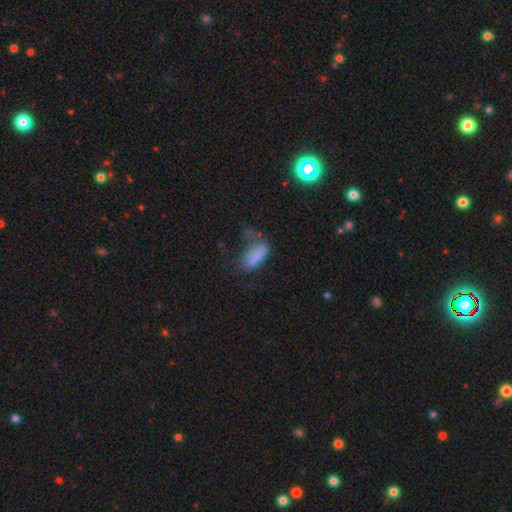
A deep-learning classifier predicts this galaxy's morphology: Smooth or featured: smooth — 65% (featured or disk — 22%)
How rounded: in between — 85% (cigar-shaped — 11%)
Merging: major disturbance — 44% (minor disturbance — 23%)